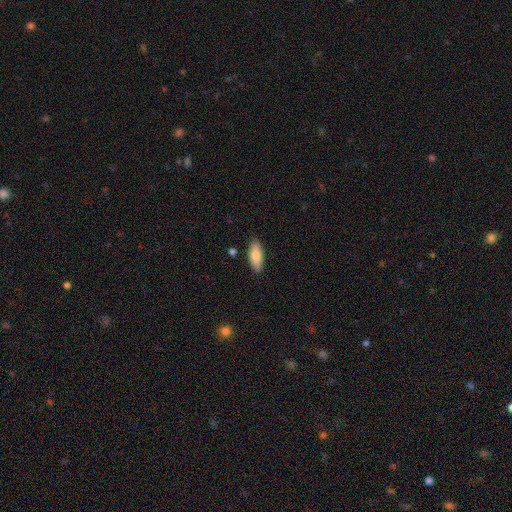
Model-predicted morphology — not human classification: This appears to be a smooth galaxy with no disk features (81%) that is in between round and cigar-shaped (77%). Merging: none (87%).